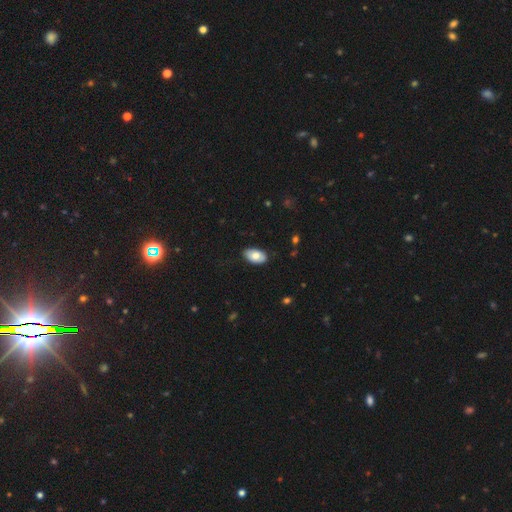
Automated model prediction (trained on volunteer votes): The model was most divided on "smooth or featured": smooth: 75%, featured or disk: 19%, star or artifact: 6%. More confident: how rounded — in between (94%); merging — none (85%).